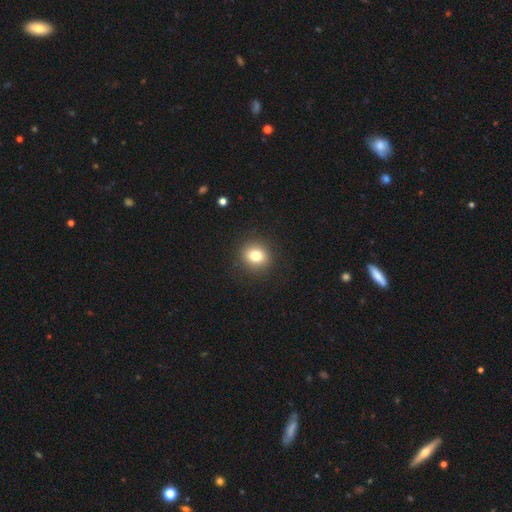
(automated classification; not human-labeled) smooth_or_featured: smooth (p=0.79) [alt: star or artifact p=0.12]
how_rounded: round (p=0.82) [alt: in between p=0.17]
merging: none (p=0.90) [alt: minor disturbance p=0.06]